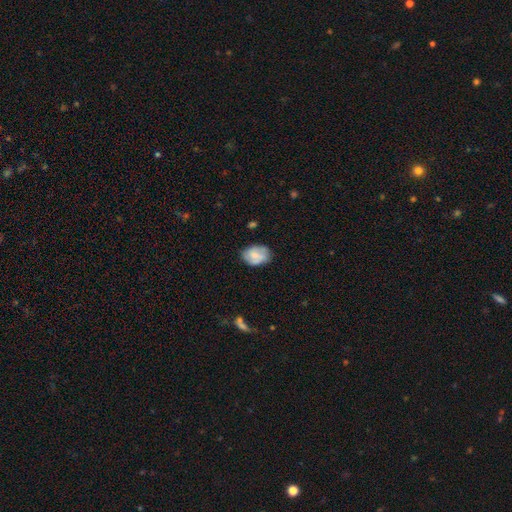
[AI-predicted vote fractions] smooth-or-featured: smooth: 62% | featured or disk: 31% | star or artifact: 7%
  how-rounded: in between: 77% | round: 22% | cigar-shaped: 1%
  merging: none: 73% | minor disturbance: 21% | major disturbance: 5% | merger: 2%